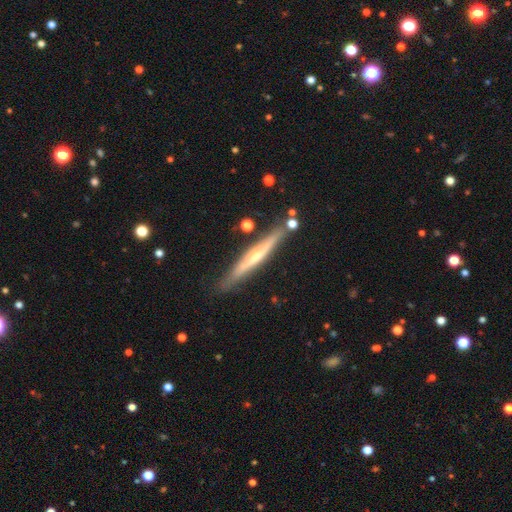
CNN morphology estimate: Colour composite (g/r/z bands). It shows a featured or disk galaxy (66%) viewed edge-on (96%) with a rounded central bulge (63%). Merging: none (83%).